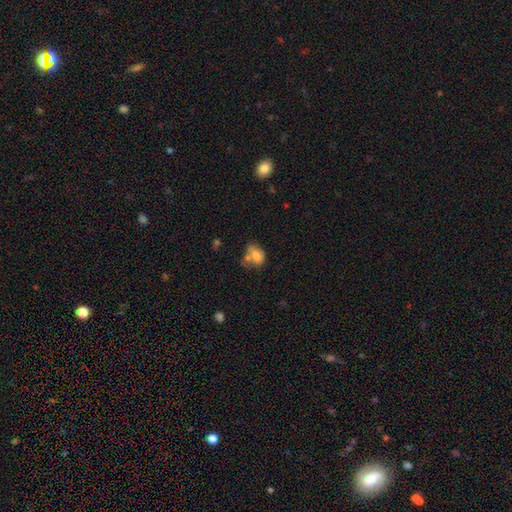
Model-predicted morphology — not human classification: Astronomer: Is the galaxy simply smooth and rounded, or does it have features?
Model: smooth — 71%.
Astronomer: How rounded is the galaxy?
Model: in between — 78%.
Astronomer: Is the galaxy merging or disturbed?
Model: none — 32% (runner-up: merger, 30%).